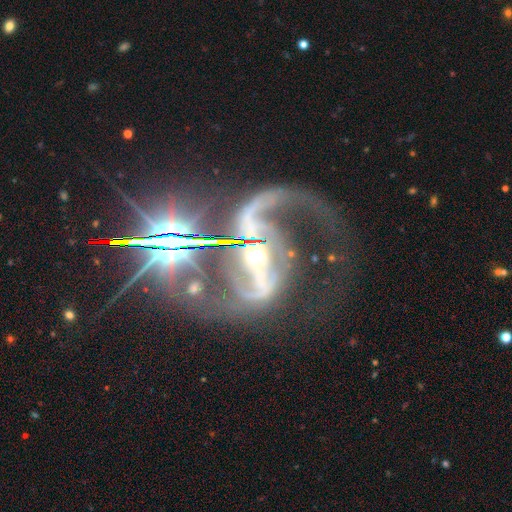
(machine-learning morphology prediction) smooth_or_featured: featured or disk (p=0.86) [alt: star or artifact p=0.12]
disk_edge_on: no (p=0.97) [alt: yes p=0.03]
bar: strong (p=0.68) [alt: weak p=0.20]
has_spiral_arms: yes (p=0.97) [alt: no p=0.03]
spiral_winding: medium (p=0.45) [alt: loose p=0.44]
spiral_arm_count: 2 (p=0.86) [alt: 1 p=0.05]
bulge_size: small (p=0.49) [alt: moderate p=0.45]
merging: none (p=0.45) [alt: major disturbance p=0.31]